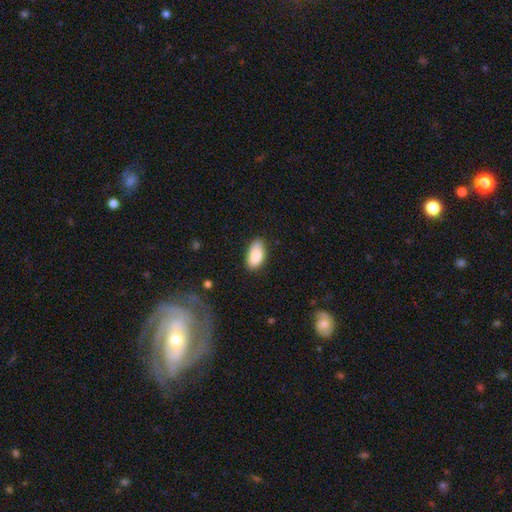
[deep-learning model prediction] Smooth or featured? Predicted: smooth (p=0.88). How rounded? Predicted: in between (p=0.94). Merging? Predicted: none (p=0.79).